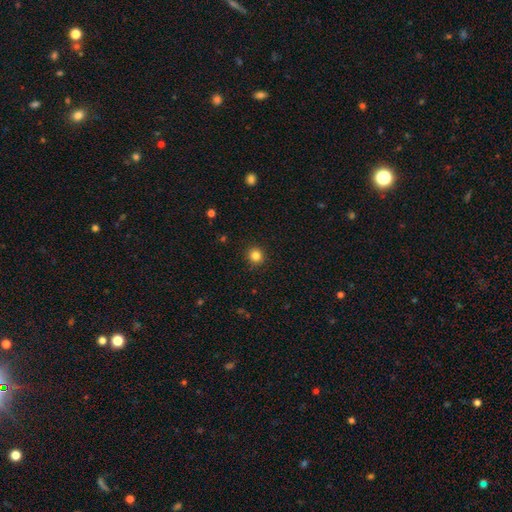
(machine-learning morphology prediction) smooth-or-featured: smooth: 84% | star or artifact: 12% | featured or disk: 4%
  how-rounded: round: 92% | in between: 7% | cigar-shaped: 1%
  merging: none: 92% | minor disturbance: 5% | major disturbance: 2% | merger: 1%